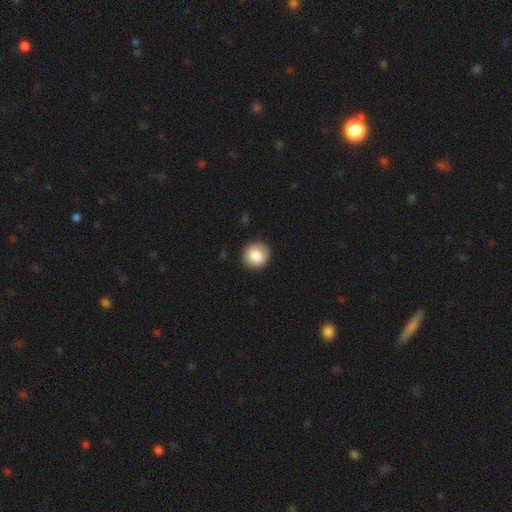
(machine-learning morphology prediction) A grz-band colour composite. It shows a smooth galaxy with no disk features (82%) that is round (89%). Merging: none (90%).